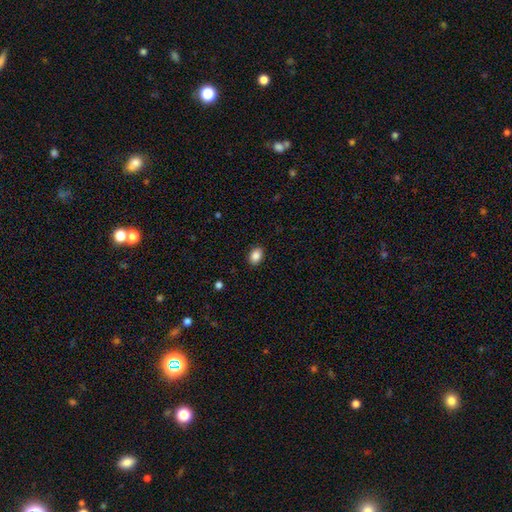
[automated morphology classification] This is clearly a smooth galaxy (87%). How rounded: likely in between (77%). Merging: clearly none (89%).